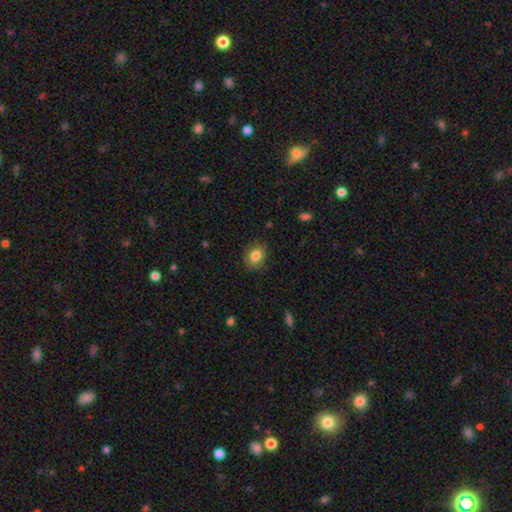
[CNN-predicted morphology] Overall: smooth (84%). How rounded: in between (50%; round 49%). Merging: none (85%).